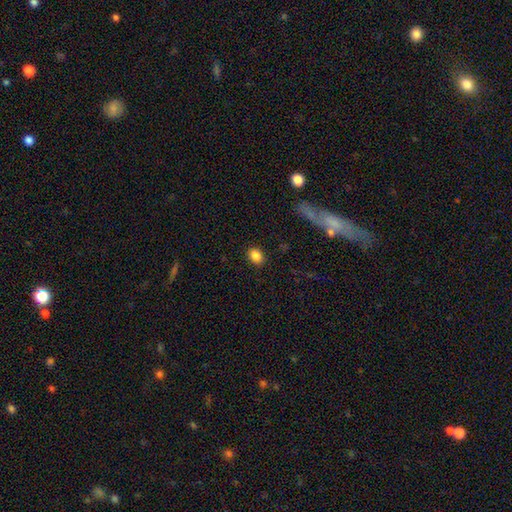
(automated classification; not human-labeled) Q: Smooth or featured?
A: smooth (86%); runner-up: star or artifact (10%)
Q: How rounded?
A: in between (63%); runner-up: round (36%)
Q: Merging?
A: none (88%); runner-up: minor disturbance (8%)